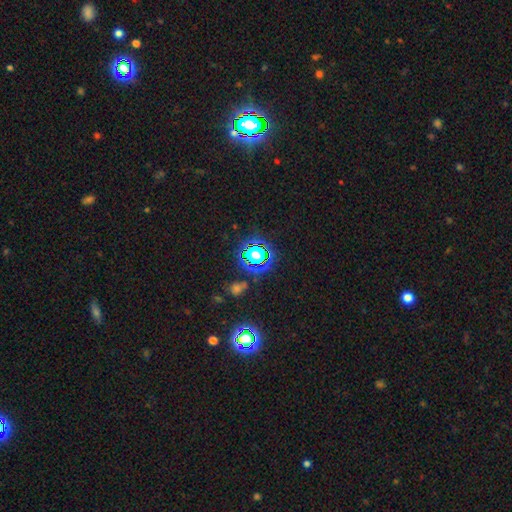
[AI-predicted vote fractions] Overall: star or artifact (75%).